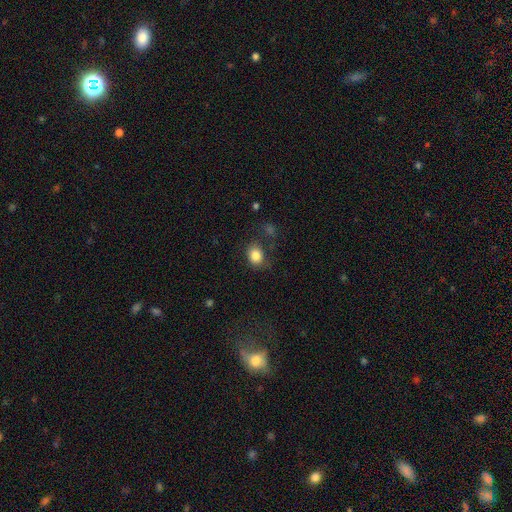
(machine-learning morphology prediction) Q: Smooth or featured?
A: smooth (84%); runner-up: star or artifact (10%)
Q: How rounded?
A: in between (53%); runner-up: round (46%)
Q: Merging?
A: none (72%); runner-up: minor disturbance (17%)